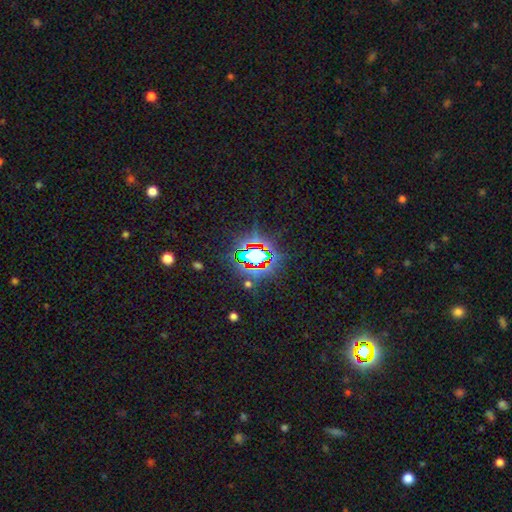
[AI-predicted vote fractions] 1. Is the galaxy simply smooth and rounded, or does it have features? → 76% star or artifact, 14% smooth, 10% featured or disk.